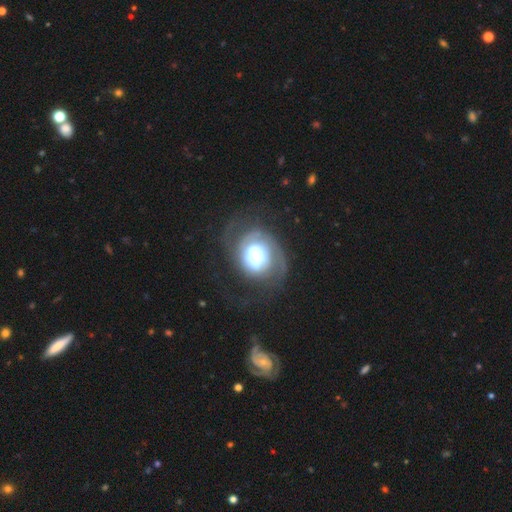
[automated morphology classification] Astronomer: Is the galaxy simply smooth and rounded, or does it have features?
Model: featured or disk — 65%.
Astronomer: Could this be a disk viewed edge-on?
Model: no — 97%.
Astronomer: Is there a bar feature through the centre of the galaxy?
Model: no — 63%.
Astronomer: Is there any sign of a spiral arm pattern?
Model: yes — 77%.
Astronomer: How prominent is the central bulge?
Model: large — 43% (runner-up: moderate, 26%).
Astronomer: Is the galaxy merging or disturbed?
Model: none — 41% (runner-up: major disturbance, 35%).